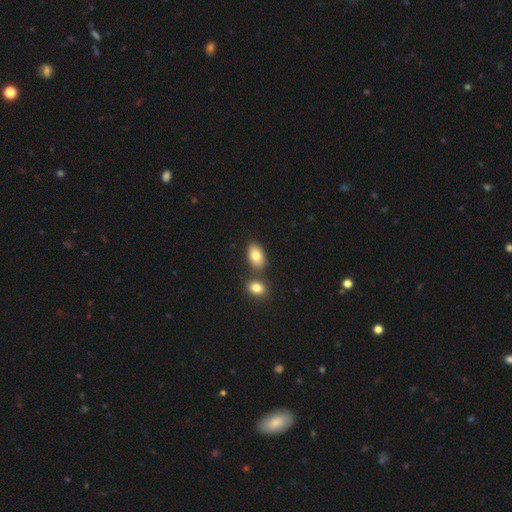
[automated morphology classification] Overall: smooth (81%). How rounded: in between (91%). Merging: none (69%).